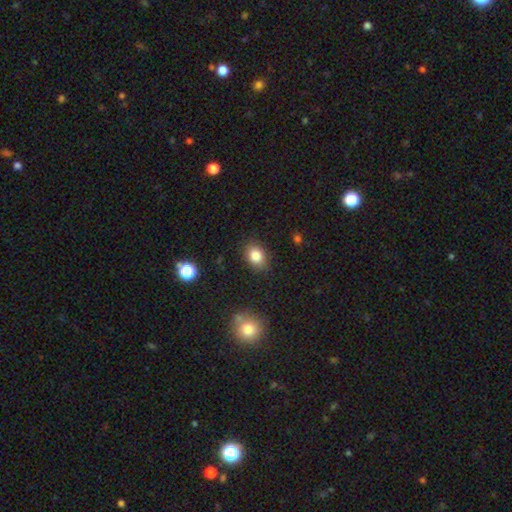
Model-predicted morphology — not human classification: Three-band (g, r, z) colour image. It shows a smooth galaxy with no disk features (83%) that is in between round and cigar-shaped (64%). Merging: none (83%).